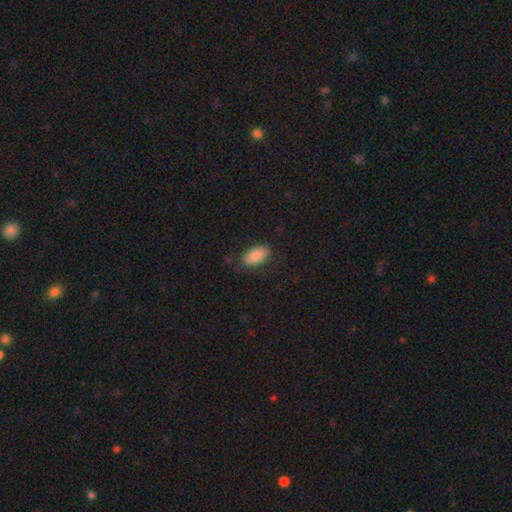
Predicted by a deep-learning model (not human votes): smooth_or_featured: smooth (p=0.83) [alt: featured or disk p=0.10]
how_rounded: in between (p=0.93) [alt: round p=0.04]
merging: none (p=0.77) [alt: minor disturbance p=0.17]